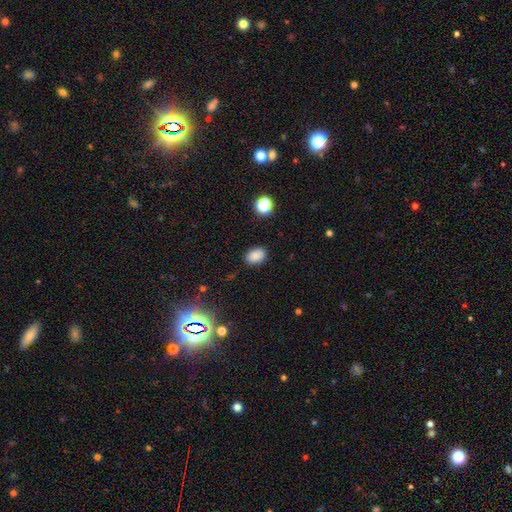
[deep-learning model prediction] A smooth galaxy with no disk features (85%) that is in between round and cigar-shaped (79%). Merging: none (86%).